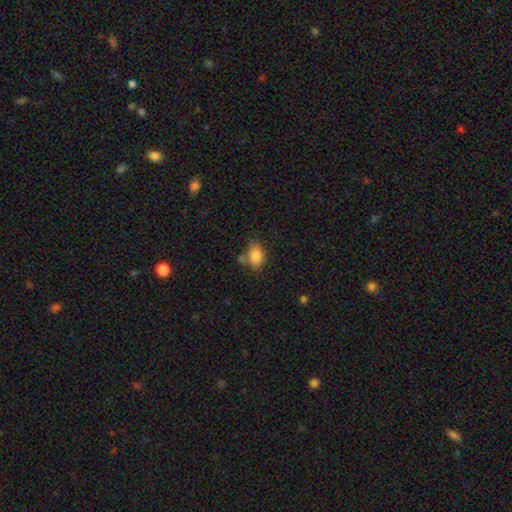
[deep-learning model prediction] A smooth galaxy with no disk features (84%) that is in between round and cigar-shaped (83%). Merging: none (62%).